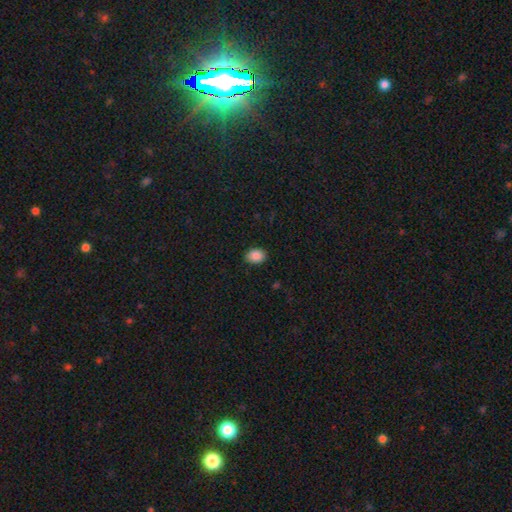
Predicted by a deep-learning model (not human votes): smooth_or_featured: smooth (p=0.88) [alt: star or artifact p=0.08]
how_rounded: in between (p=0.67) [alt: round p=0.32]
merging: none (p=0.88) [alt: minor disturbance p=0.09]